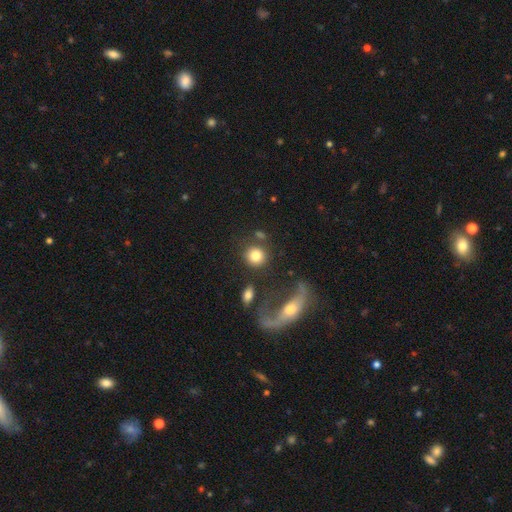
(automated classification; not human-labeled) Smooth or featured? Predicted: smooth (p=0.79). How rounded? Predicted: round (p=0.88). Merging? Predicted: none (p=0.68).